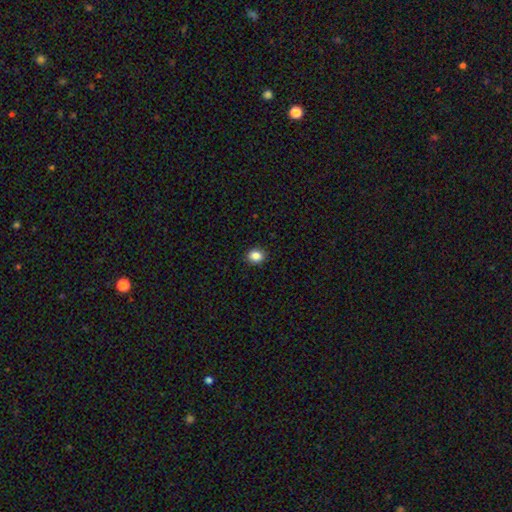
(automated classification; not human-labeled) smooth_or_featured: smooth (p=0.86) [alt: star or artifact p=0.10]
how_rounded: round (p=0.66) [alt: in between p=0.33]
merging: none (p=0.92) [alt: minor disturbance p=0.06]